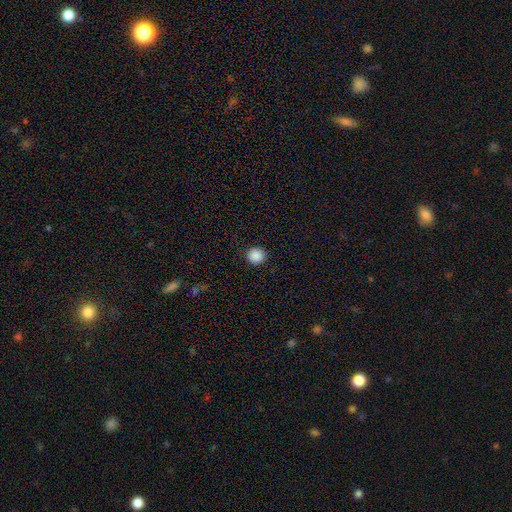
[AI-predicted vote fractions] Smooth or featured? smooth (89%)
How rounded? round (91%)
Merging? none (91%)